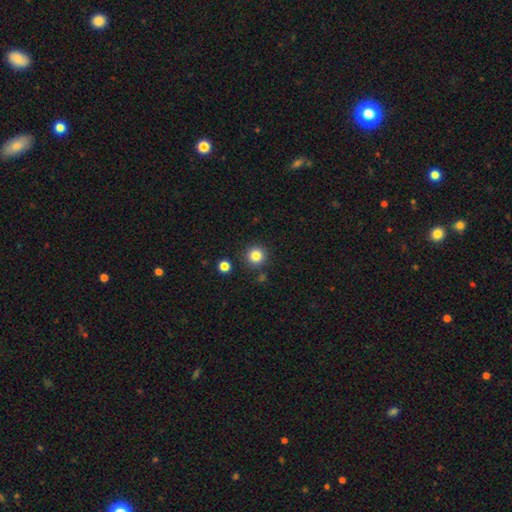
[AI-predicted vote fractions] Smooth or featured?
  - smooth: 84% *
  - star or artifact: 12%
  - featured or disk: 5%
How rounded?
  - round: 95% *
  - in between: 4%
  - cigar-shaped: 1%
Merging?
  - none: 88% *
  - minor disturbance: 6%
  - merger: 3%
  - major disturbance: 2%